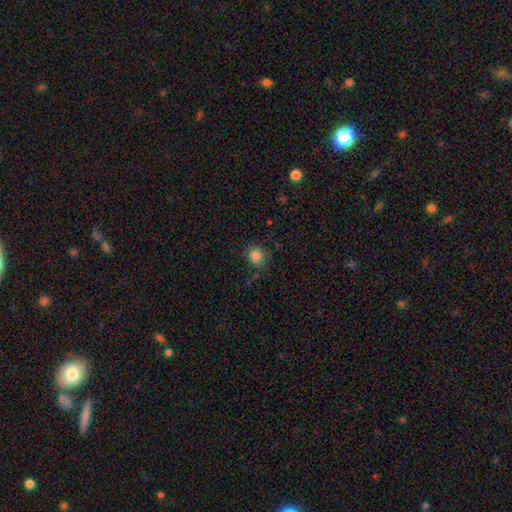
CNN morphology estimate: smooth_or_featured: smooth (p=0.84) [alt: star or artifact p=0.11]
how_rounded: round (p=0.85) [alt: in between p=0.14]
merging: none (p=0.76) [alt: minor disturbance p=0.17]